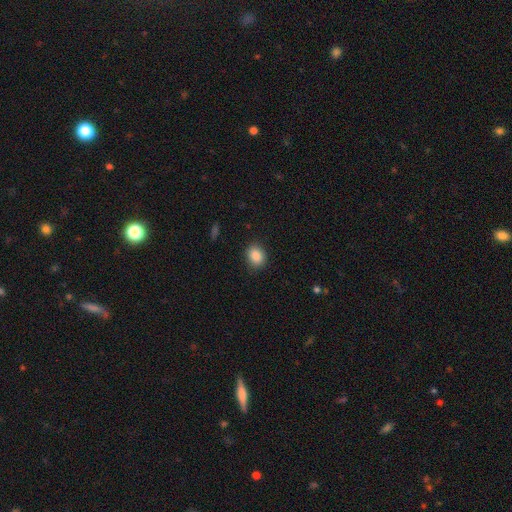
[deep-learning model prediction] This appears to be a smooth galaxy with no disk features (87%) that is round (51%). Merging: none (86%).